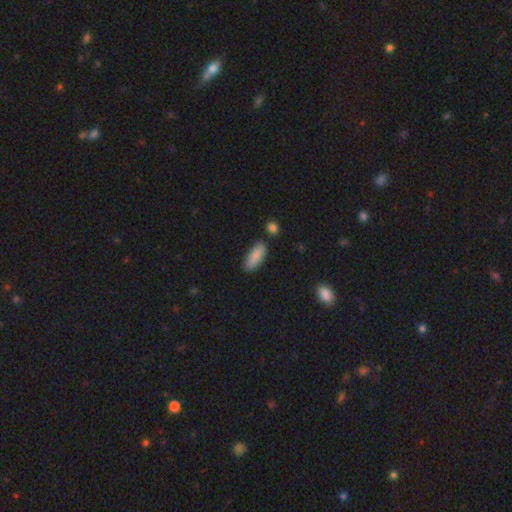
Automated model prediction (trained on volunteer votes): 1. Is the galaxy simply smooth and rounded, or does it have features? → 86% smooth, 7% featured or disk, 7% star or artifact.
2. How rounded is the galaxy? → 73% in between, 25% cigar-shaped, 2% round.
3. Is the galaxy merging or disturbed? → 72% none, 19% minor disturbance, 6% merger, 4% major disturbance.